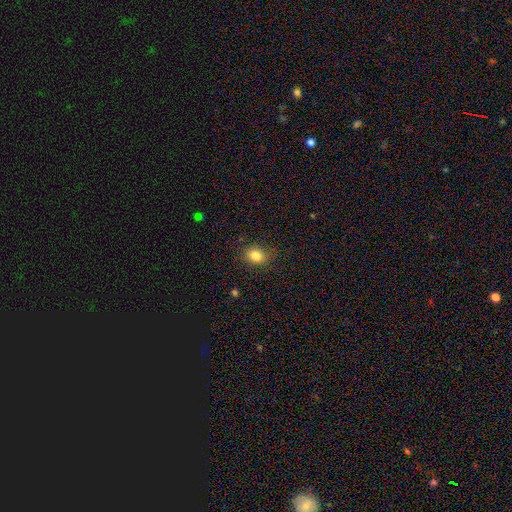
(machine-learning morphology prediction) smooth-or-featured: smooth: 83% | star or artifact: 10% | featured or disk: 6%
  how-rounded: in between: 50% | round: 49% | cigar-shaped: 1%
  merging: none: 83% | minor disturbance: 12% | major disturbance: 3% | merger: 1%